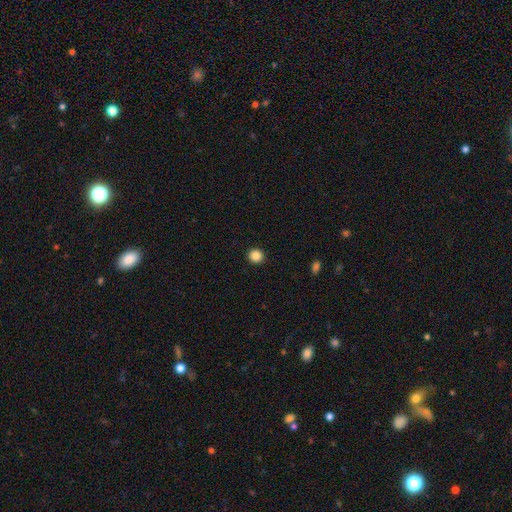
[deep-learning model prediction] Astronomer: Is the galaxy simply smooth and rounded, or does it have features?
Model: smooth — 85%.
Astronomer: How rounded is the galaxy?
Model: round — 94%.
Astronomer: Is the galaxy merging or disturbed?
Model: none — 94%.